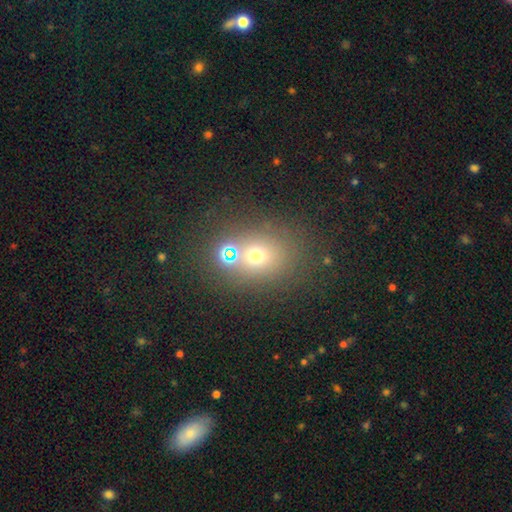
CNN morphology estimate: Q: Smooth or featured?
A: smooth (63%); runner-up: star or artifact (26%)
Q: How rounded?
A: round (62%); runner-up: in between (37%)
Q: Merging?
A: none (69%); runner-up: merger (13%)